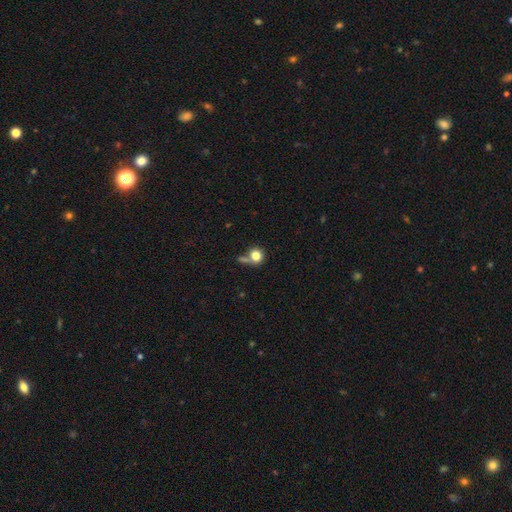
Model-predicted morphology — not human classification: A smooth galaxy with no disk features (81%) that is round (85%). Merging: none (52%).